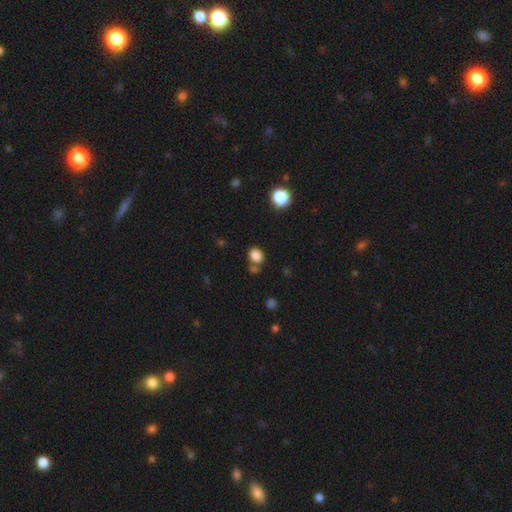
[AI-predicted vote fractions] Smooth or featured?
  - smooth: 84% *
  - star or artifact: 12%
  - featured or disk: 4%
How rounded?
  - round: 54% *
  - in between: 45%
  - cigar-shaped: 1%
Merging?
  - none: 67% *
  - merger: 16%
  - minor disturbance: 12%
  - major disturbance: 4%